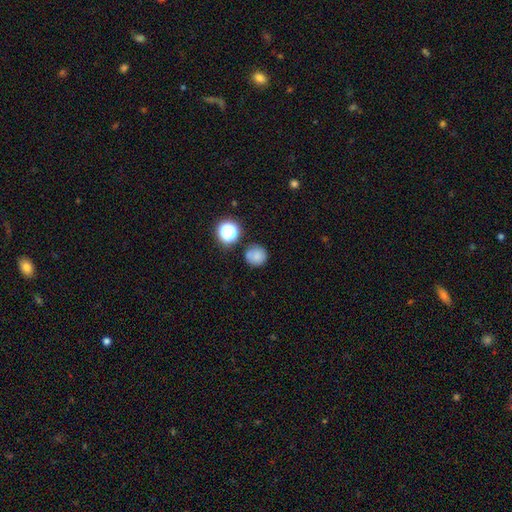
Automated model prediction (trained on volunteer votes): Morphology: type=smooth (77%); roundness=round (92%); merging=none (77%).